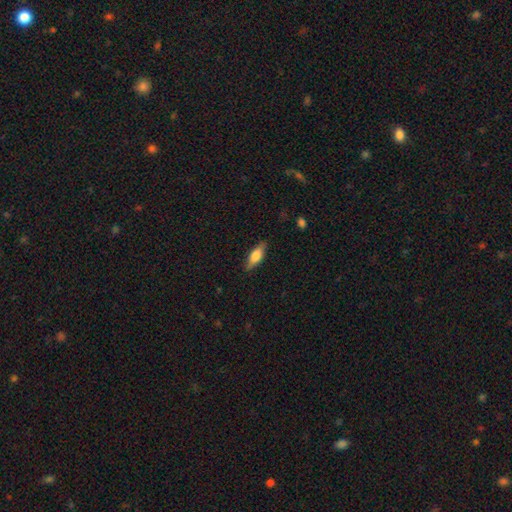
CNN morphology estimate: smooth-or-featured: smooth: 60% | featured or disk: 33% | star or artifact: 6%
  how-rounded: in between: 58% | cigar-shaped: 39% | round: 3%
  merging: none: 84% | minor disturbance: 12% | major disturbance: 3% | merger: 1%